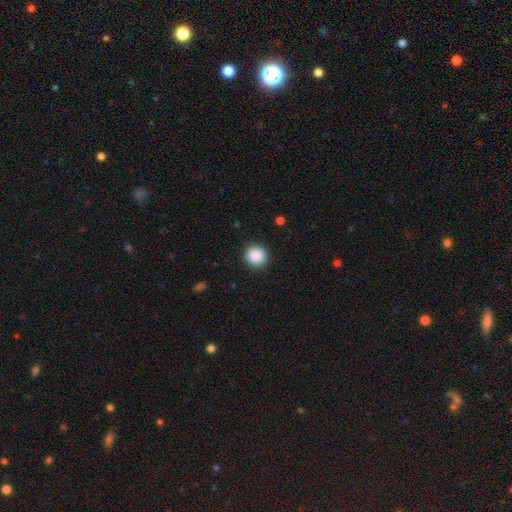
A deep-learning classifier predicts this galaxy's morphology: This is clearly a smooth galaxy (89%). How rounded: clearly round (93%). Merging: clearly none (91%).